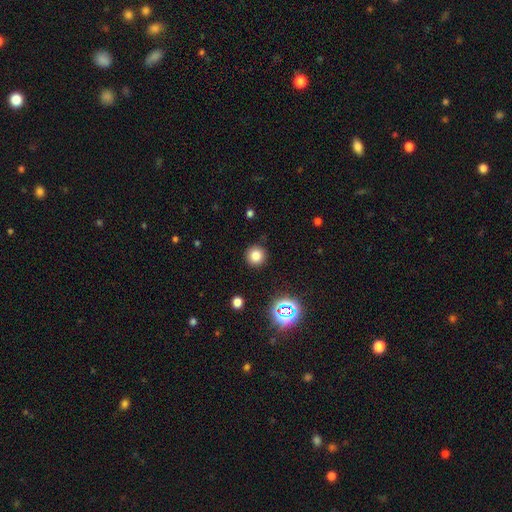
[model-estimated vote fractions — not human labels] Q: Smooth or featured?
A: smooth (77%); runner-up: star or artifact (17%)
Q: How rounded?
A: round (95%); runner-up: in between (4%)
Q: Merging?
A: none (90%); runner-up: minor disturbance (6%)